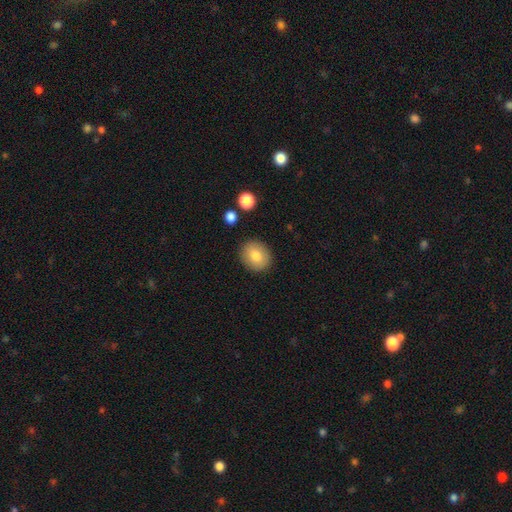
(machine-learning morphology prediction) smooth_or_featured: smooth (p=0.80) [alt: featured or disk p=0.12]
how_rounded: round (p=0.66) [alt: in between p=0.33]
merging: none (p=0.87) [alt: minor disturbance p=0.09]